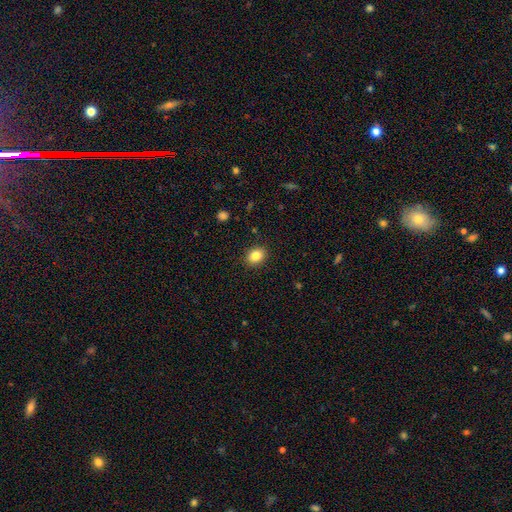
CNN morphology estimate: smooth-or-featured: smooth: 84% | star or artifact: 10% | featured or disk: 6%
  how-rounded: in between: 54% | round: 45% | cigar-shaped: 1%
  merging: none: 89% | minor disturbance: 8% | major disturbance: 2% | merger: 1%